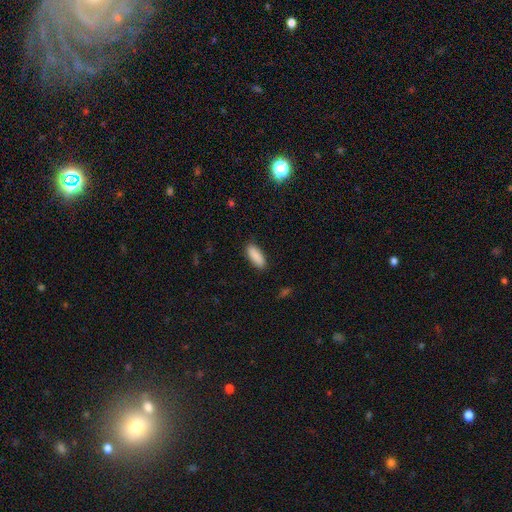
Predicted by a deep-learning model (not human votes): Smooth or featured? smooth (90%)
How rounded? in between (71%)
Merging? none (88%)